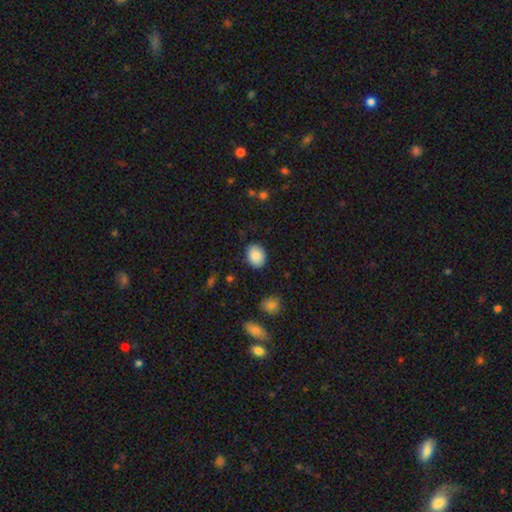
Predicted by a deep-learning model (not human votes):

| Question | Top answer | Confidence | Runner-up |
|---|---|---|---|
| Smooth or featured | smooth | 87% | star or artifact (7%) |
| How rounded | in between | 61% | round (38%) |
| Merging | none | 87% | minor disturbance (10%) |